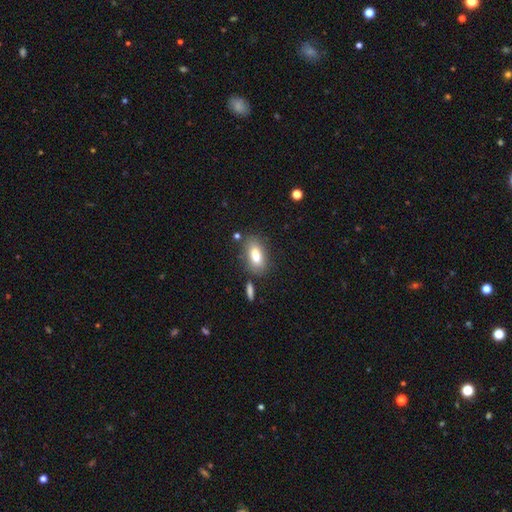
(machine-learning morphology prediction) smooth 80%, featured or disk 12%, star or artifact 8%. Down the decision tree: how rounded — in between (86%); merging — none (72%).